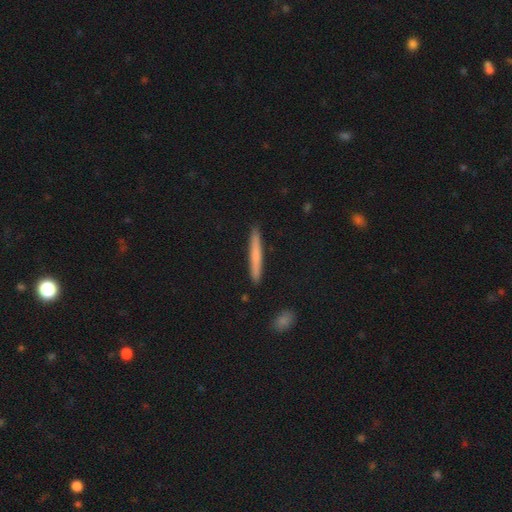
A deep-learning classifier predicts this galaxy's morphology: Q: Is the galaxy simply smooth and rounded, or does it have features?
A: smooth — 69%.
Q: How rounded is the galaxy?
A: cigar-shaped — 96%.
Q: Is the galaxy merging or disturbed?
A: none — 92%.